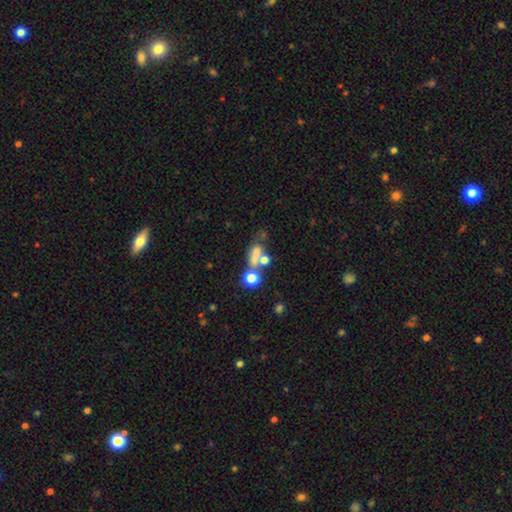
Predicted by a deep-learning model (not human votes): A smooth galaxy with no disk features (57%) that is in between round and cigar-shaped (52%).

Vote fractions:
- Smooth or featured? smooth: 57% / featured or disk: 22% / star or artifact: 21%
- How rounded? in between: 52% / round: 32% / cigar-shaped: 17%
- Merging? merger: 37% / none: 34% / major disturbance: 16% / minor disturbance: 13%